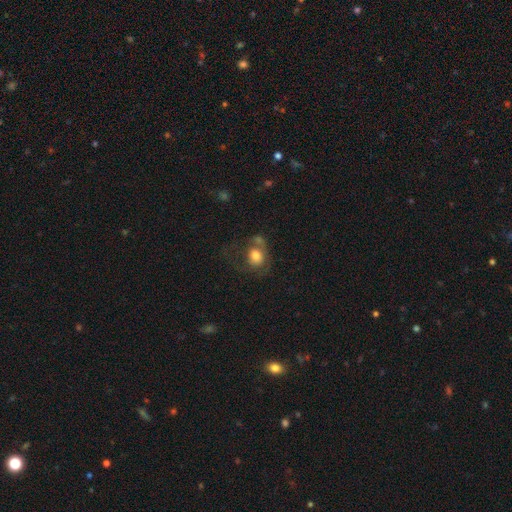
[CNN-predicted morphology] Smooth or featured: smooth — 68% (featured or disk — 24%)
How rounded: round — 53% (in between — 45%)
Merging: none — 32% (major disturbance — 29%)